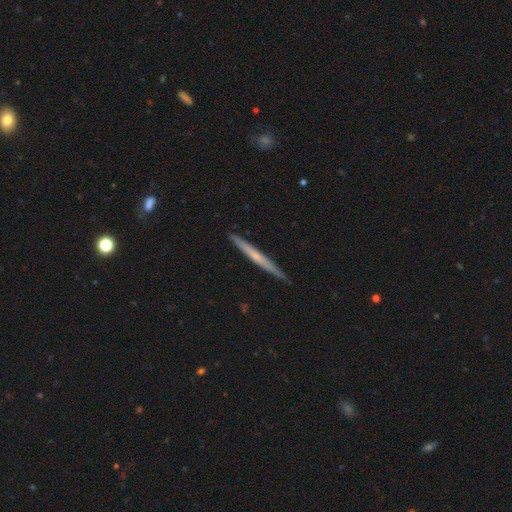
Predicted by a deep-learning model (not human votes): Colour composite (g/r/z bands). It shows a featured or disk galaxy (52%) viewed edge-on (97%) with no central bulge (72%). Merging: none (91%).